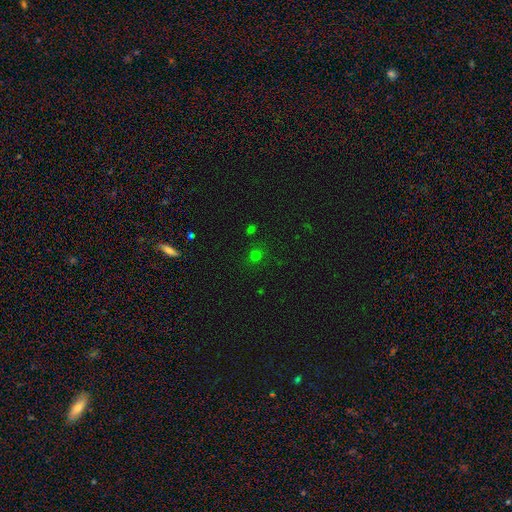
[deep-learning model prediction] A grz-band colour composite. It shows a smooth galaxy with no disk features (66%) that is round (85%). Merging: none (84%).